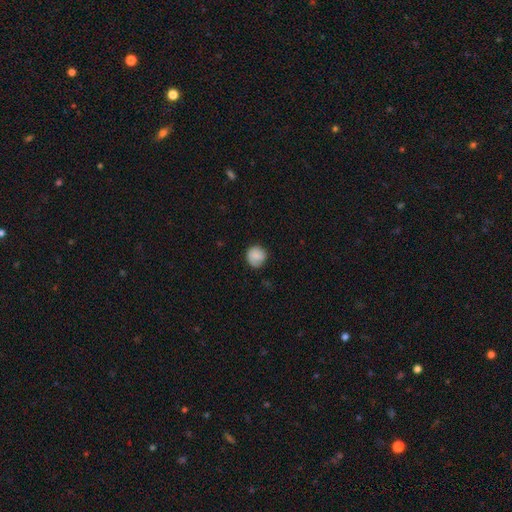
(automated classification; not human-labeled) A smooth galaxy with no disk features (80%) that is round (89%).

Vote fractions:
- Smooth or featured? smooth: 80% / featured or disk: 13% / star or artifact: 7%
- How rounded? round: 89% / in between: 10% / cigar-shaped: 1%
- Merging? none: 73% / minor disturbance: 20% / major disturbance: 6% / merger: 1%